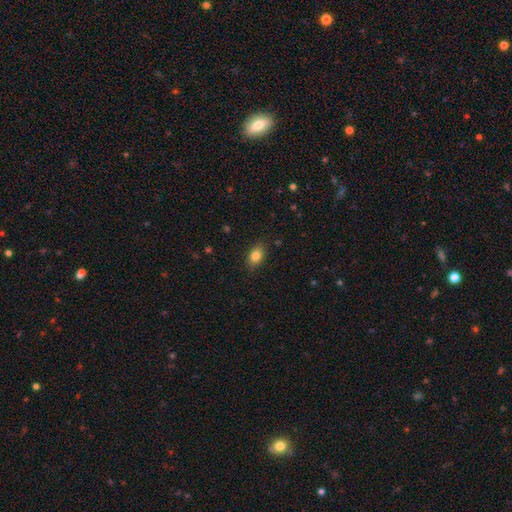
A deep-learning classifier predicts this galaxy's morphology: Overall: smooth (82%). How rounded: in between (82%). Merging: none (86%).